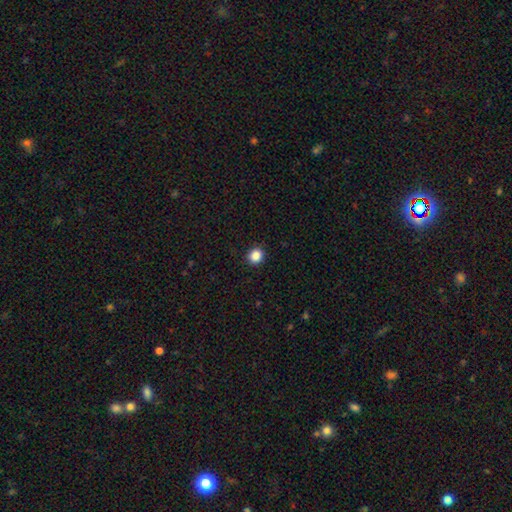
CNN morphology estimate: Q: Smooth or featured?
A: smooth (87%); runner-up: star or artifact (10%)
Q: How rounded?
A: round (84%); runner-up: in between (15%)
Q: Merging?
A: none (92%); runner-up: minor disturbance (5%)